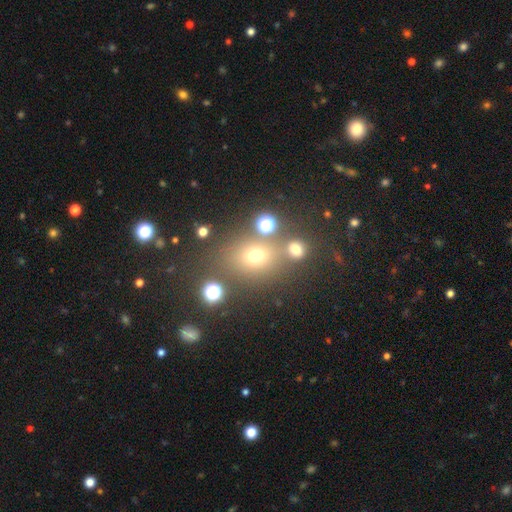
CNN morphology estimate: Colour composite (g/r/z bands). It shows a smooth galaxy with no disk features (59%) that is round (59%). Merging: none (68%).